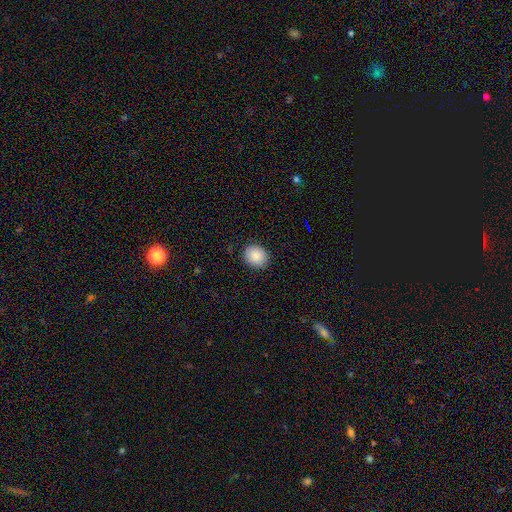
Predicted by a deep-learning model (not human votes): A smooth galaxy with no disk features (88%) that is round (63%).

Vote fractions:
- Smooth or featured? smooth: 88% / star or artifact: 8% / featured or disk: 4%
- How rounded? round: 63% / in between: 36% / cigar-shaped: 1%
- Merging? none: 89% / minor disturbance: 8% / major disturbance: 2% / merger: 1%